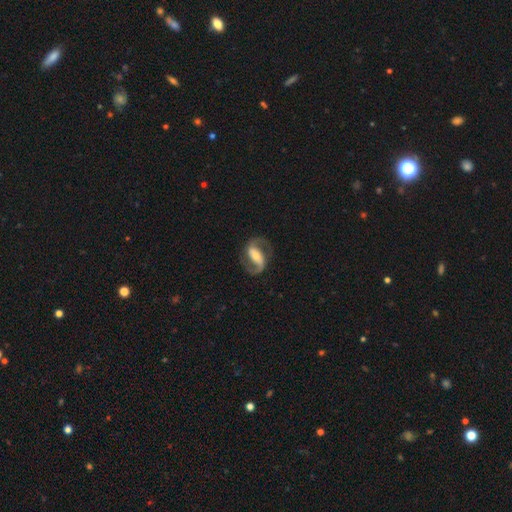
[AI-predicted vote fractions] A featured or disk galaxy (87%) with a strong bar (53%), 2 (92%) medium (54%) spiral arms (95%) and a moderate central bulge (48%).

Vote fractions:
- Smooth or featured? featured or disk: 87% / smooth: 8% / star or artifact: 5%
- Edge-on disk? no: 97% / yes: 3%
- Bar? strong: 53% / weak: 30% / no: 17%
- Spiral arms? yes: 95% / no: 5%
- Spiral winding? medium: 54% / loose: 31% / tight: 15%
- Spiral arm count? 2: 92% / 1: 3% / can't tell: 2% / 3: 1% / 4: 1% / more than 4: 1%
- Bulge size? moderate: 48% / small: 37% / large: 9% / none: 3% / dominant: 2%
- Merging? none: 81% / minor disturbance: 11% / major disturbance: 7% / merger: 1%